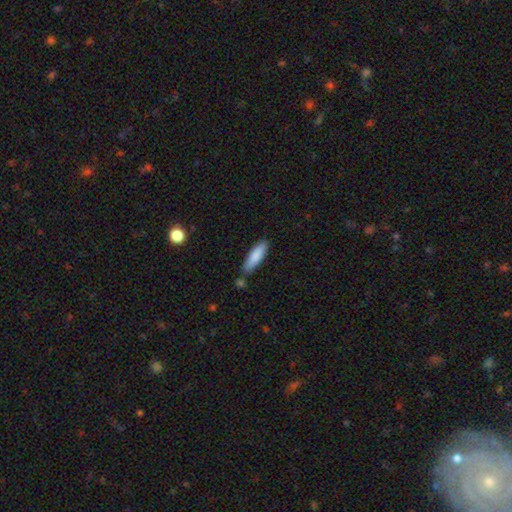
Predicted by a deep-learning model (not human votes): This appears to be a smooth galaxy with no disk features (84%) that is cigar-shaped (62%). Merging: none (78%).